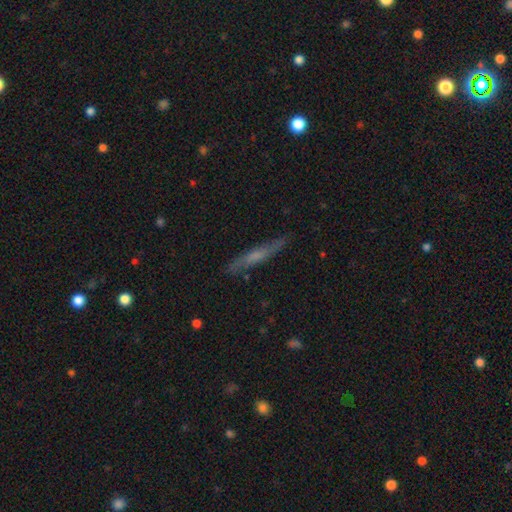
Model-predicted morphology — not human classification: Q: Smooth or featured?
A: featured or disk (54%); runner-up: smooth (39%)
Q: Edge-on disk?
A: yes (89%); runner-up: no (11%)
Q: Merging?
A: none (84%); runner-up: minor disturbance (12%)